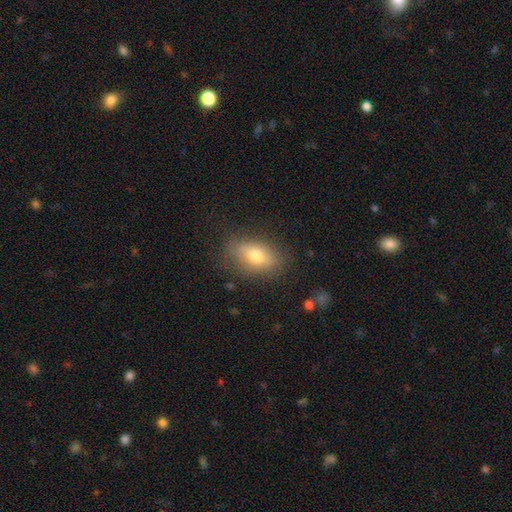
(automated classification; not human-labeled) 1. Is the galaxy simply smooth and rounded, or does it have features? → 74% smooth, 18% featured or disk, 8% star or artifact.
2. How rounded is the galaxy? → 86% in between, 9% round, 6% cigar-shaped.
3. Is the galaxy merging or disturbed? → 80% none, 14% minor disturbance, 4% major disturbance, 1% merger.